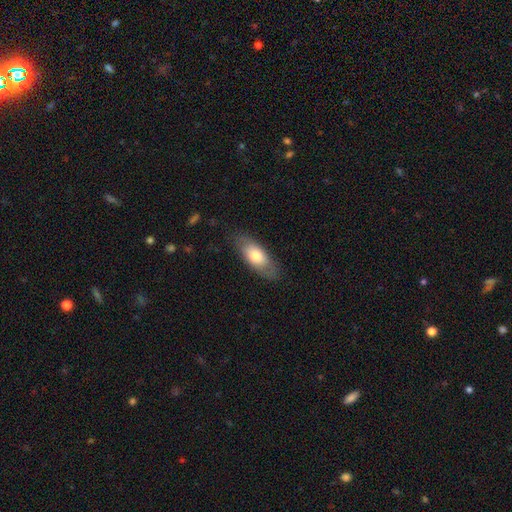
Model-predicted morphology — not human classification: Q: Smooth or featured?
A: smooth (70%); runner-up: featured or disk (24%)
Q: How rounded?
A: in between (82%); runner-up: cigar-shaped (15%)
Q: Merging?
A: none (77%); runner-up: minor disturbance (17%)